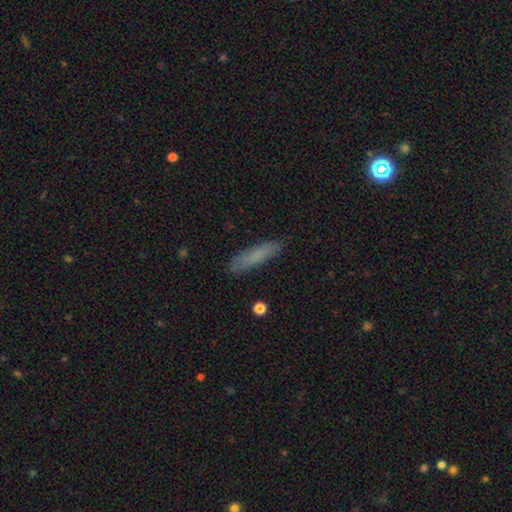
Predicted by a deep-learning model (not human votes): smooth_or_featured: smooth (p=0.77) [alt: featured or disk p=0.15]
how_rounded: cigar-shaped (p=0.83) [alt: in between p=0.16]
merging: none (p=0.84) [alt: minor disturbance p=0.12]